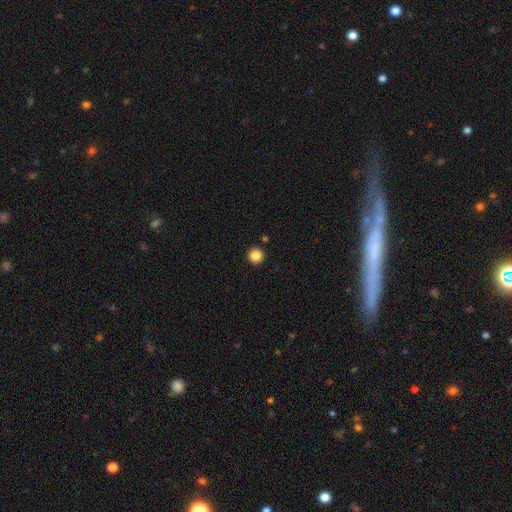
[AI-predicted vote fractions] This is clearly a smooth galaxy (86%). How rounded: clearly round (96%). Merging: clearly none (93%).